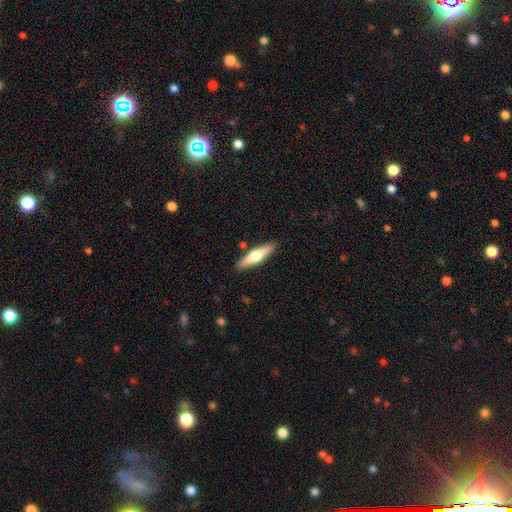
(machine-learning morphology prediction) Smooth or featured? Predicted: smooth (p=0.49). Merging? Predicted: none (p=0.87).